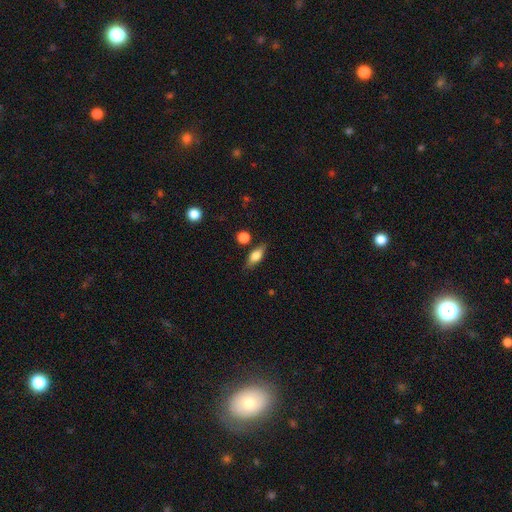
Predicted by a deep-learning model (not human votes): This is likely a smooth galaxy (66%). How rounded: likely in between (70%). Merging: likely none (79%).